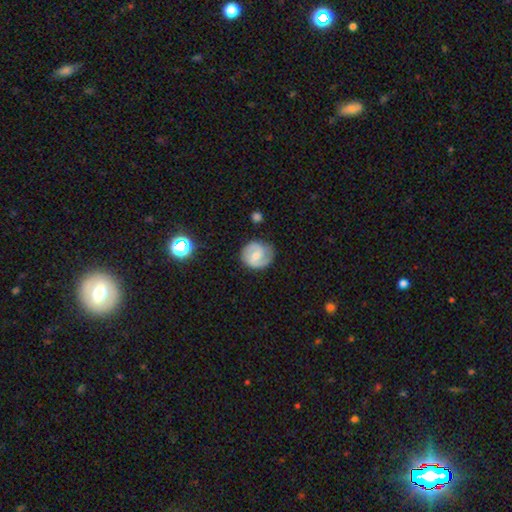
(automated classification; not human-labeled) Smooth or featured: featured or disk — 71% (smooth — 23%)
Edge-on disk: no — 98% (yes — 2%)
Bar: weak — 54% (no — 30%)
Spiral arms: yes — 93% (no — 7%)
Spiral winding: medium — 49% (tight — 35%)
Spiral arm count: 2 — 86% (can't tell — 7%)
Bulge size: moderate — 46% (small — 43%)
Merging: none — 80% (minor disturbance — 14%)